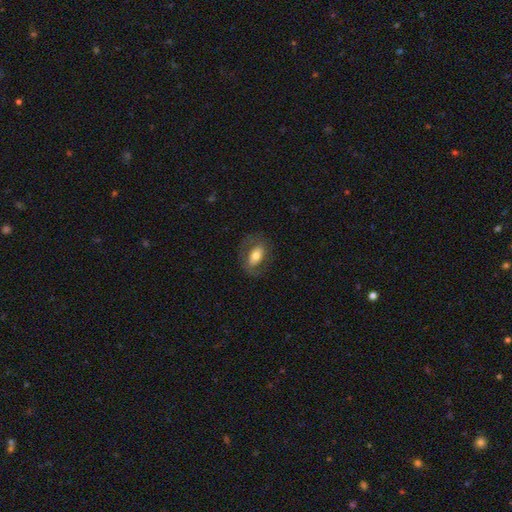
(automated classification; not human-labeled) Smooth or featured?
  - smooth: 57% *
  - featured or disk: 36%
  - star or artifact: 7%
How rounded?
  - in between: 87% *
  - round: 11%
  - cigar-shaped: 2%
Merging?
  - none: 72% *
  - minor disturbance: 15%
  - major disturbance: 11%
  - merger: 1%